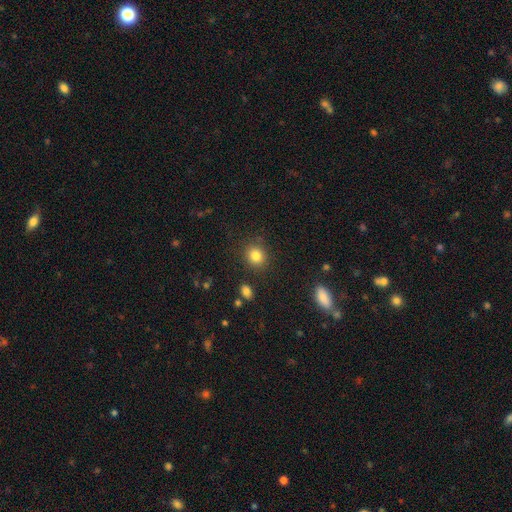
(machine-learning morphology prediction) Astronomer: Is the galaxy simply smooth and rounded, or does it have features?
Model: smooth — 84%.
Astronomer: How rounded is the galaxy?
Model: round — 78%.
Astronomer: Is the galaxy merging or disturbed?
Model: none — 86%.